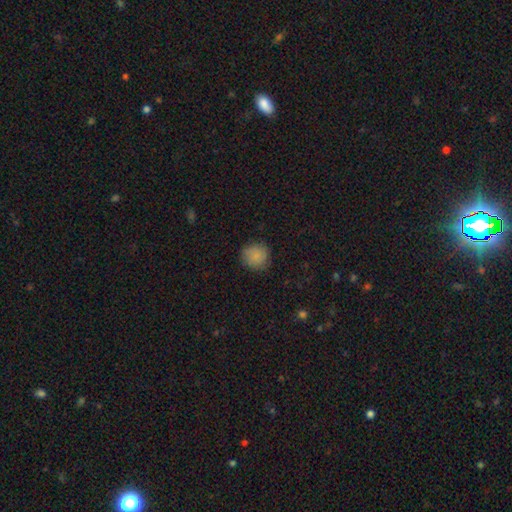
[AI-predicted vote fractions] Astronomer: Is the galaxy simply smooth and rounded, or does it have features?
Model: smooth — 85%.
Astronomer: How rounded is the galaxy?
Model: round — 90%.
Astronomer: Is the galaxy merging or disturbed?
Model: none — 84%.